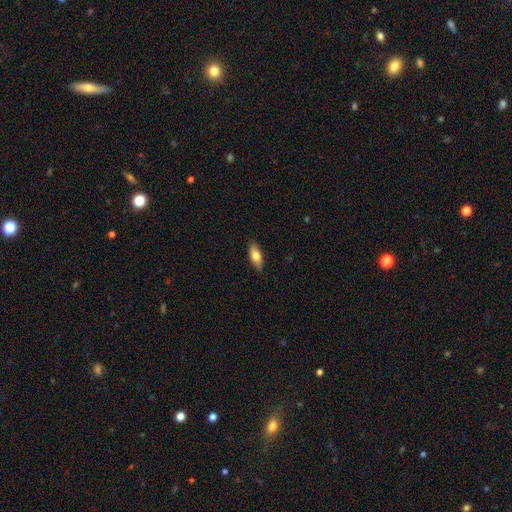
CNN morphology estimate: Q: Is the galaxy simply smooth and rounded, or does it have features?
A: smooth — 71%.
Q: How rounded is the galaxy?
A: in between — 77%.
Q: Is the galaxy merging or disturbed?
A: none — 88%.